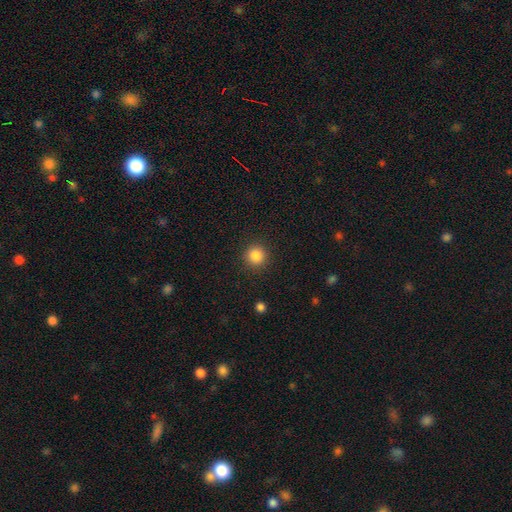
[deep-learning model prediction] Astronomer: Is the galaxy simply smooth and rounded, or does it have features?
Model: smooth — 85%.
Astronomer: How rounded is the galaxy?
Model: round — 94%.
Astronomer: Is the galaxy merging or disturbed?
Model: none — 91%.